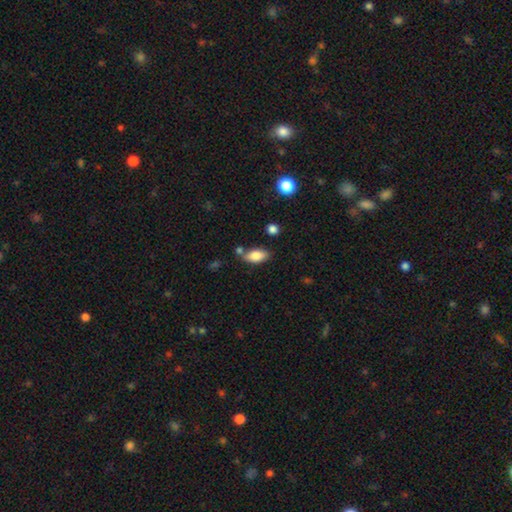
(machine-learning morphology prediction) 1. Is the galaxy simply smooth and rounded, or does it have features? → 83% smooth, 9% featured or disk, 7% star or artifact.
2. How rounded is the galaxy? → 90% in between, 7% cigar-shaped, 3% round.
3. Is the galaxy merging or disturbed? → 71% none, 16% minor disturbance, 10% merger, 4% major disturbance.